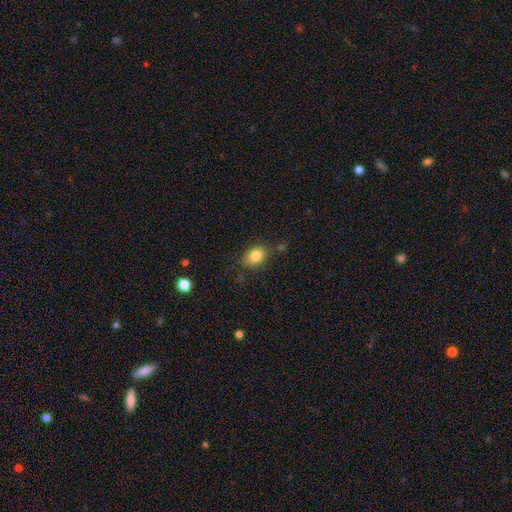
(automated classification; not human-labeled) Smooth or featured? smooth (83%)
How rounded? in between (76%)
Merging? none (75%)